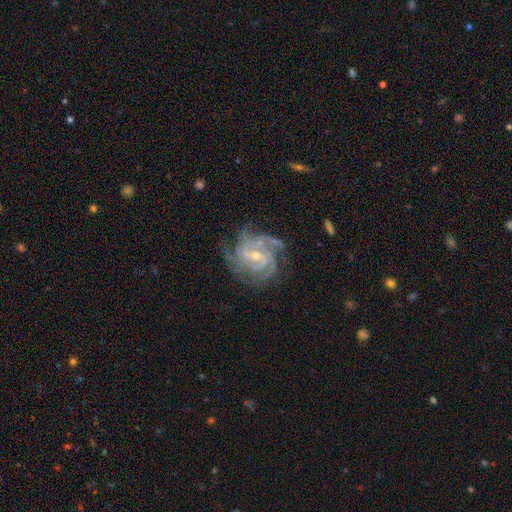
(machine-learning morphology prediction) A featured or disk galaxy (90%) with a weak bar (45%), 4 (35%) tight (64%) spiral arms (98%) and a small central bulge (66%). Merging: none (73%).